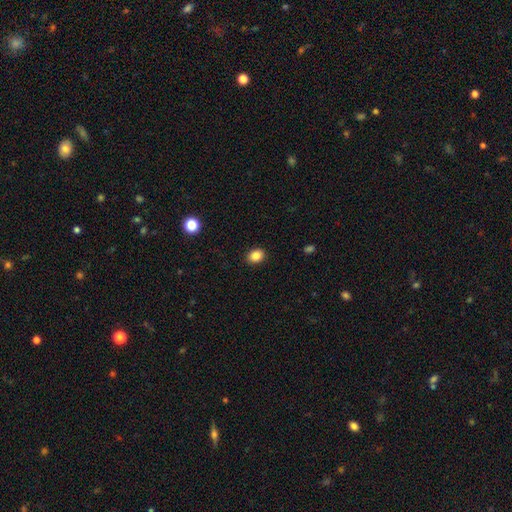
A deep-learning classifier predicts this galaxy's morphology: The model was most divided on "how rounded": in between: 56%, round: 43%, cigar-shaped: 1%. More confident: merging — none (90%); smooth or featured — smooth (86%).